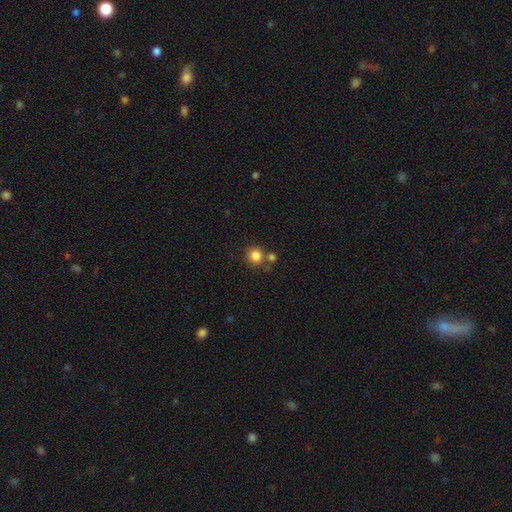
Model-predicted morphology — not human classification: Smooth or featured? Predicted: smooth (p=0.84). How rounded? Predicted: round (p=0.91). Merging? Predicted: none (p=0.68).